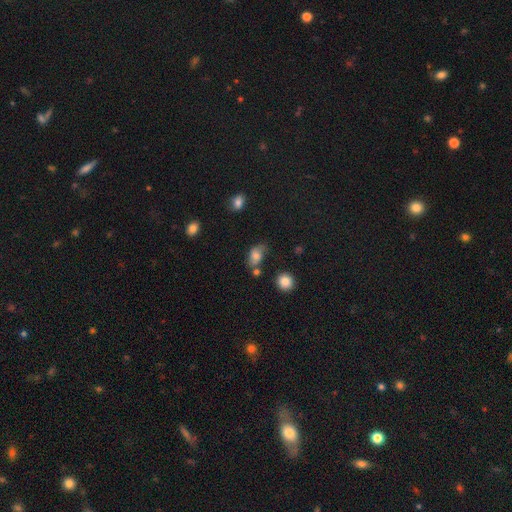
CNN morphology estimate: Smooth or featured? smooth (69%)
How rounded? in between (79%)
Merging? none (49%)